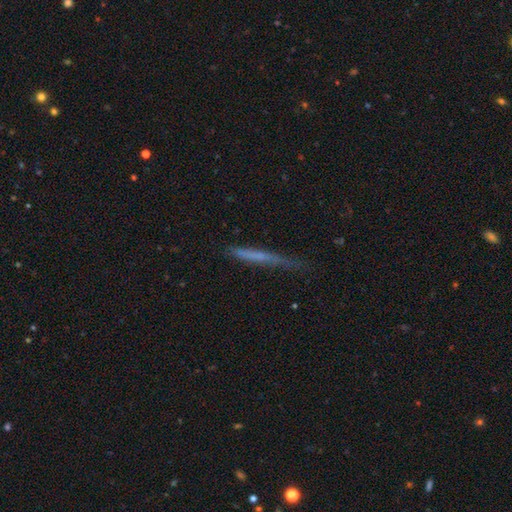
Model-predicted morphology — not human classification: A smooth galaxy with no disk features (55%) that is cigar-shaped (96%). Merging: none (72%).